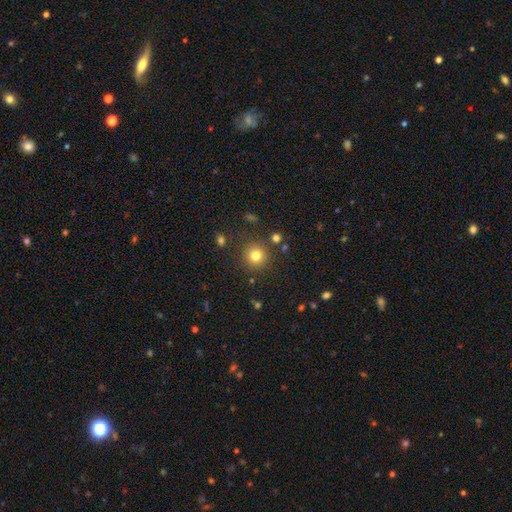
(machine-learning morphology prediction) A smooth galaxy with no disk features (80%) that is round (93%). Merging: none (87%).